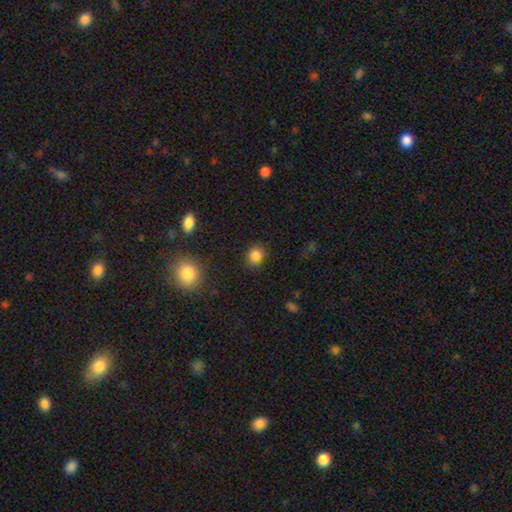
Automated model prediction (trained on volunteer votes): Overall: smooth (84%). How rounded: round (68%; in between 31%). Merging: none (77%).